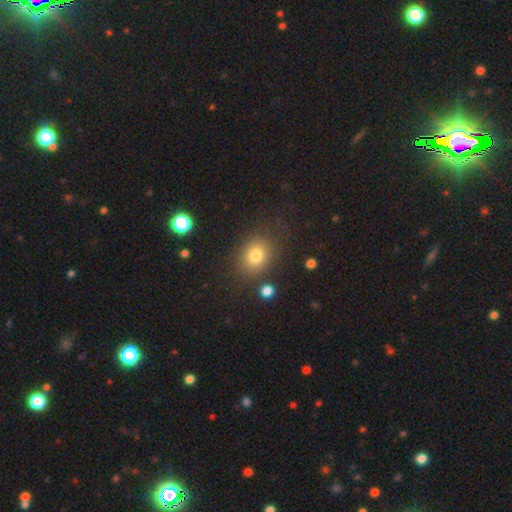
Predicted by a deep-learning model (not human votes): smooth-or-featured: smooth: 78% | star or artifact: 13% | featured or disk: 9%
  how-rounded: round: 63% | in between: 36% | cigar-shaped: 1%
  merging: none: 81% | minor disturbance: 10% | major disturbance: 5% | merger: 4%